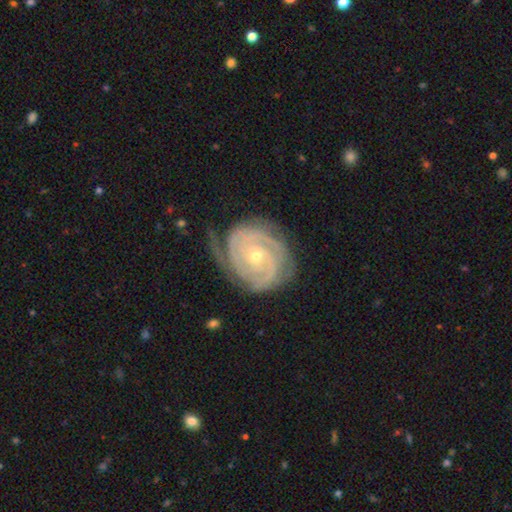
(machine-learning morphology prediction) Overall: featured or disk (91%). Edge-on disk: no (98%). Bar: no (72%). Spiral arms: yes (98%). Spiral arm count: 2 (37%; 3 27%). Spiral winding: tight (82%). Bulge size: small (75%). Merging: none (70%).